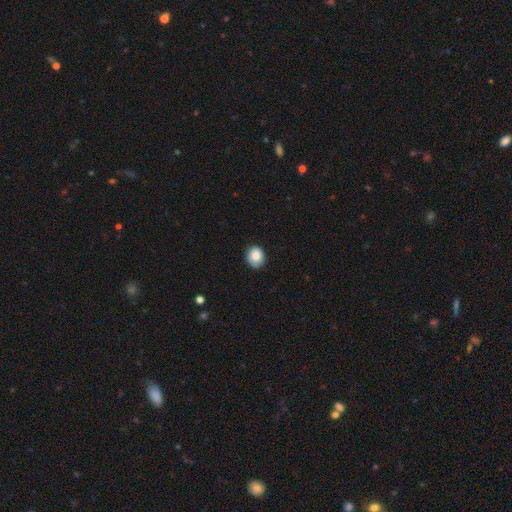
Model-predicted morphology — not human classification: This is clearly a smooth galaxy (86%). How rounded: likely round (73%). Merging: likely none (77%).